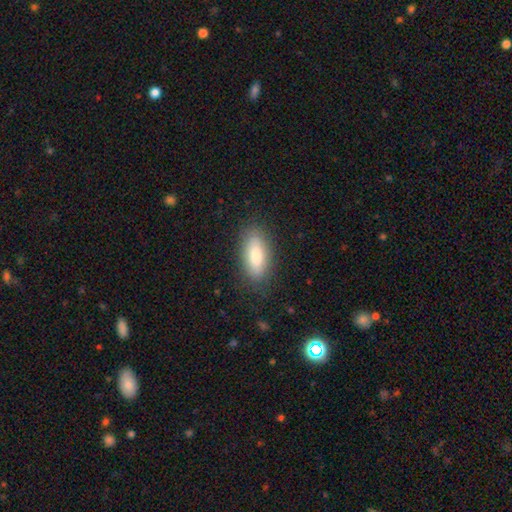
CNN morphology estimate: Smooth or featured: smooth — 78% (featured or disk — 16%)
How rounded: in between — 77% (cigar-shaped — 20%)
Merging: none — 84% (minor disturbance — 11%)